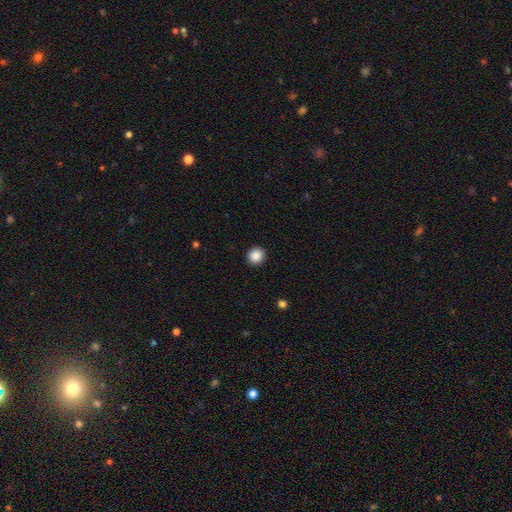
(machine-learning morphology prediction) This appears to be a smooth galaxy with no disk features (88%) that is round (90%). Merging: none (92%).